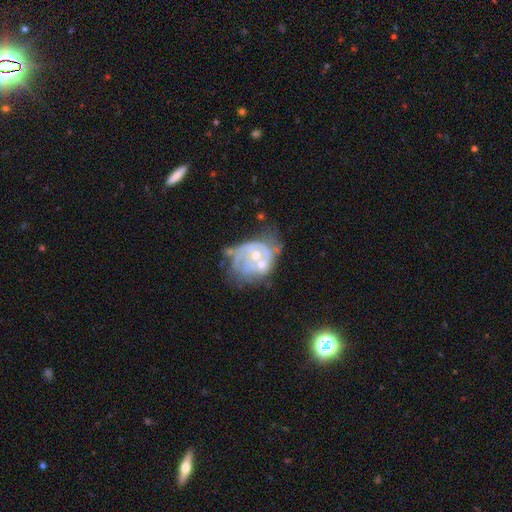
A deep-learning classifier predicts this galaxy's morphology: Smooth or featured? Predicted: featured or disk (p=0.73). Edge-on disk? Predicted: no (p=0.98). Bar? Predicted: no (p=0.83). Spiral arms? Predicted: yes (p=0.51). Bulge size? Predicted: moderate (p=0.51). Merging? Predicted: merger (p=0.35).